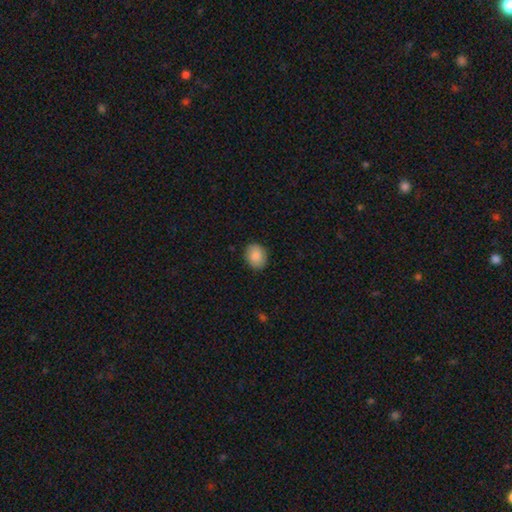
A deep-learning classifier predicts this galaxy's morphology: type=smooth (88%); roundness=round (57%); merging=none (87%).